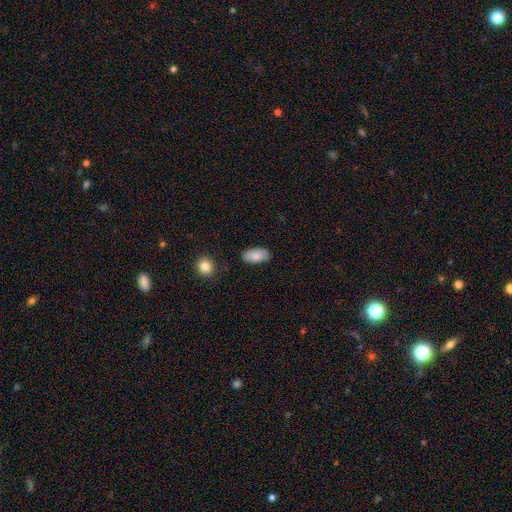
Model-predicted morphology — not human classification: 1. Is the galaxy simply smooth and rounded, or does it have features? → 85% smooth, 8% featured or disk, 7% star or artifact.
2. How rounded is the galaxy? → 94% in between, 3% round, 3% cigar-shaped.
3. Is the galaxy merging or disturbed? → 82% none, 13% minor disturbance, 3% major disturbance, 2% merger.